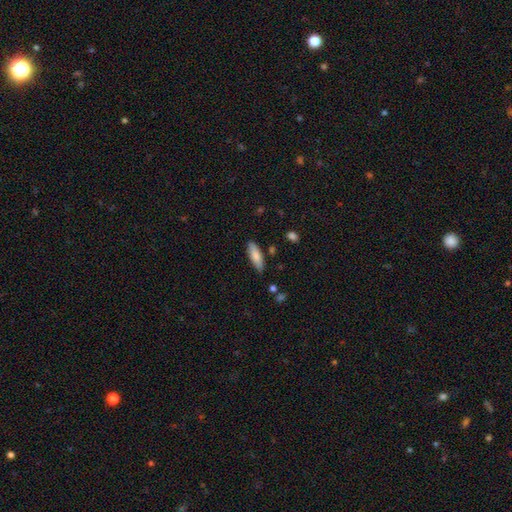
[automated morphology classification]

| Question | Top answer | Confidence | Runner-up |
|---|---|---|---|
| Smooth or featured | smooth | 81% | featured or disk (13%) |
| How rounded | in between | 56% | cigar-shaped (42%) |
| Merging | none | 81% | minor disturbance (14%) |